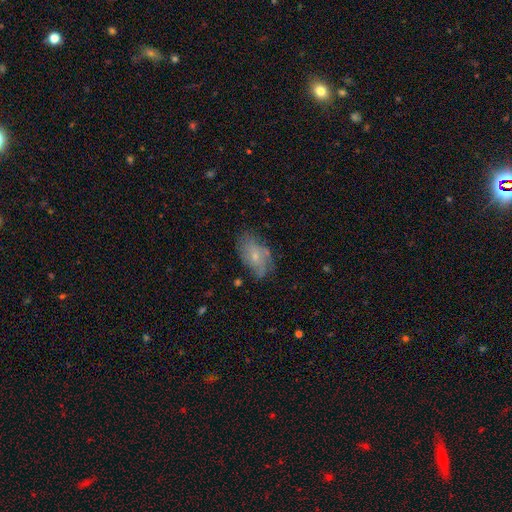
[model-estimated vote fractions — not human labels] smooth_or_featured: smooth (p=0.46) [alt: featured or disk p=0.45]
merging: none (p=0.61) [alt: minor disturbance p=0.26]